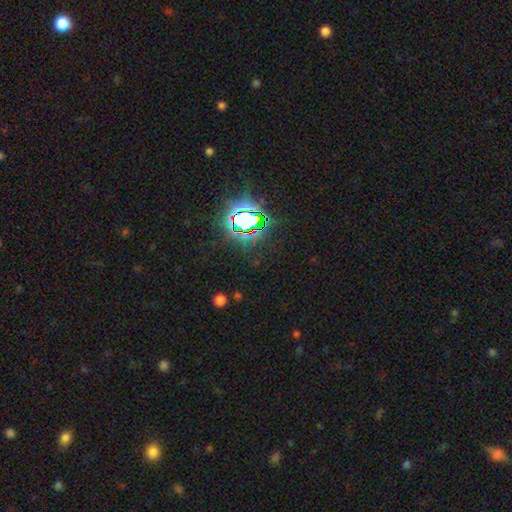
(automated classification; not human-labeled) smooth-or-featured: star or artifact: 81% | smooth: 12% | featured or disk: 7%